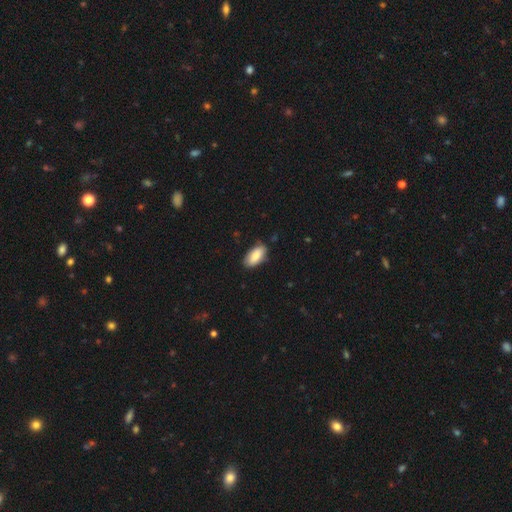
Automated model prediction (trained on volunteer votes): This is clearly a smooth galaxy (85%). How rounded: clearly in between (91%). Merging: likely none (78%).